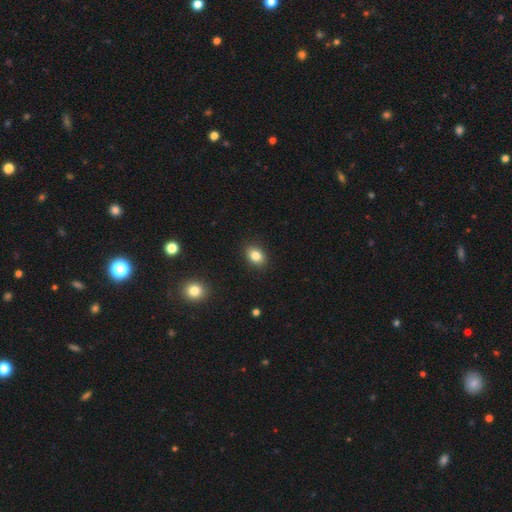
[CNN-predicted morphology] Smooth or featured: smooth — 83% (star or artifact — 10%)
How rounded: in between — 70% (round — 28%)
Merging: none — 89% (minor disturbance — 8%)